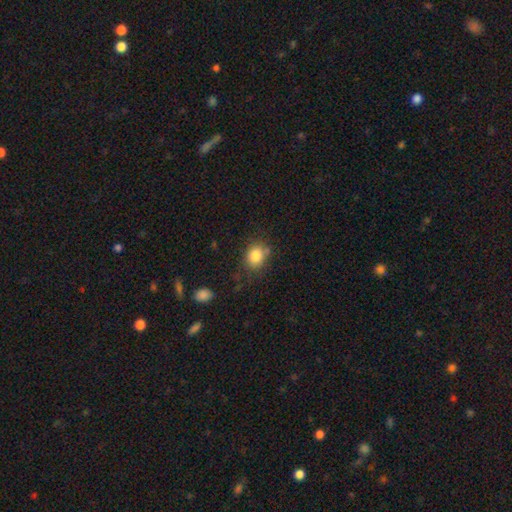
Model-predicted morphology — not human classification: Smooth or featured?
  - smooth: 84% *
  - star or artifact: 10%
  - featured or disk: 7%
How rounded?
  - round: 61% *
  - in between: 38%
  - cigar-shaped: 1%
Merging?
  - none: 72% *
  - minor disturbance: 18%
  - major disturbance: 6%
  - merger: 4%